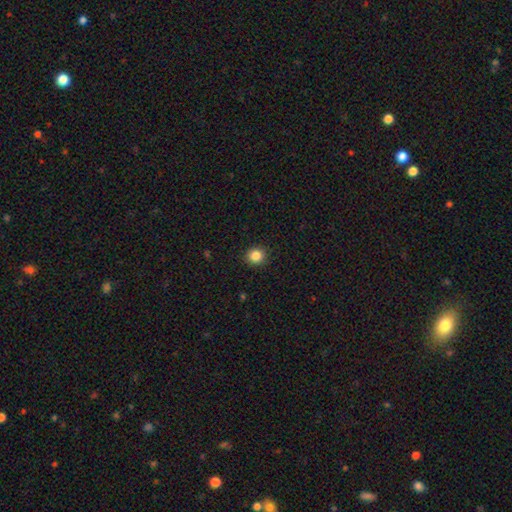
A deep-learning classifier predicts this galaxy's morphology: type=smooth (85%); roundness=round (89%); merging=none (92%).